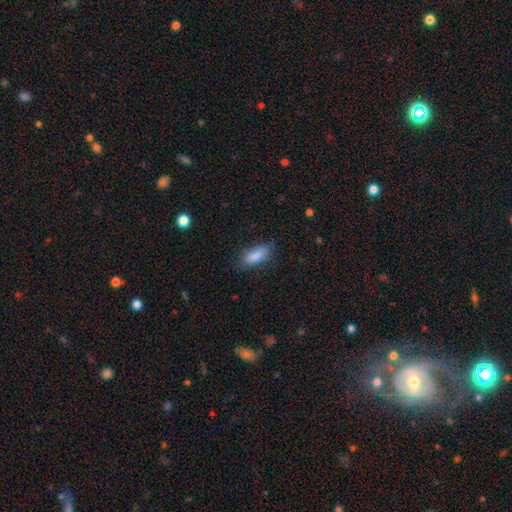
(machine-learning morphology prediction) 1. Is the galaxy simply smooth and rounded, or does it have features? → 86% smooth, 7% star or artifact, 7% featured or disk.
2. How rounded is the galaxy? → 76% in between, 21% cigar-shaped, 2% round.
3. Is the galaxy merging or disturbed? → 77% none, 17% minor disturbance, 4% major disturbance, 1% merger.